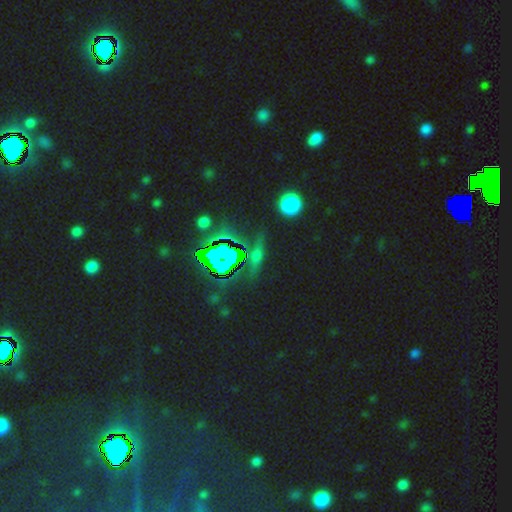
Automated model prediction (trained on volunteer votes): A star or artifact, not a galaxy (57%).